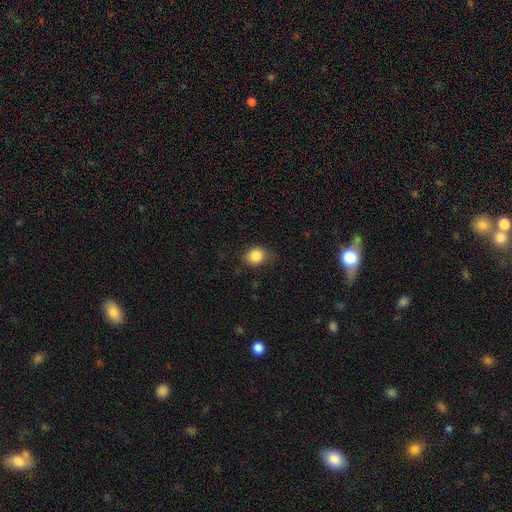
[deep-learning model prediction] This is clearly a smooth galaxy (85%). How rounded: likely round (66%). Merging: likely none (75%).